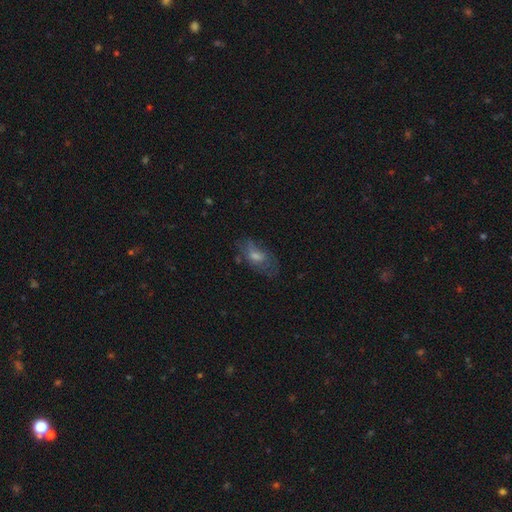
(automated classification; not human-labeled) smooth-or-featured: smooth: 52% | featured or disk: 37% | star or artifact: 11%
  how-rounded: in between: 86% | cigar-shaped: 8% | round: 6%
  merging: none: 52% | minor disturbance: 26% | major disturbance: 18% | merger: 3%